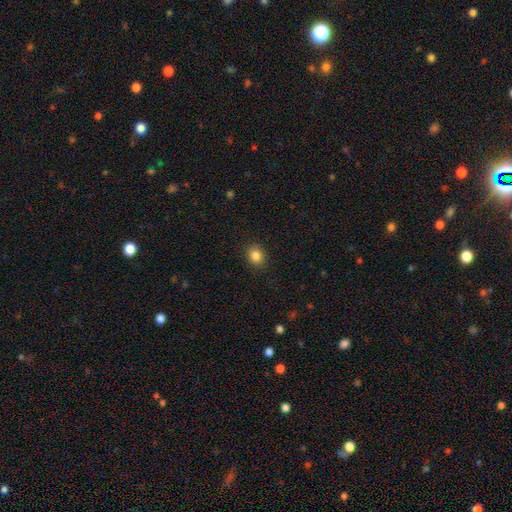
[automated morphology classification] smooth 85%, star or artifact 11%, featured or disk 4%. Down the decision tree: how rounded — round (63%); merging — none (89%).